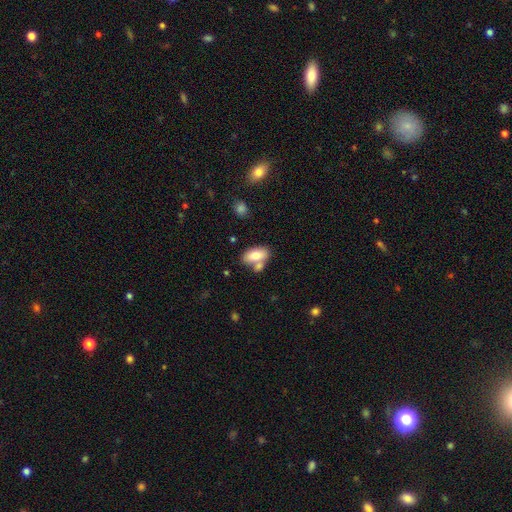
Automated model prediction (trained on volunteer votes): A smooth galaxy with no disk features (78%) that is in between round and cigar-shaped (92%).

Vote fractions:
- Smooth or featured? smooth: 78% / featured or disk: 16% / star or artifact: 7%
- How rounded? in between: 92% / round: 5% / cigar-shaped: 4%
- Merging? none: 54% / merger: 30% / minor disturbance: 12% / major disturbance: 4%